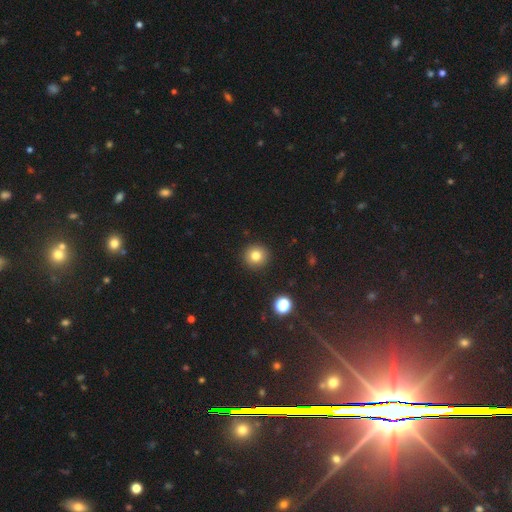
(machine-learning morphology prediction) This appears to be a smooth galaxy with no disk features (80%) that is round (94%). Merging: none (92%).